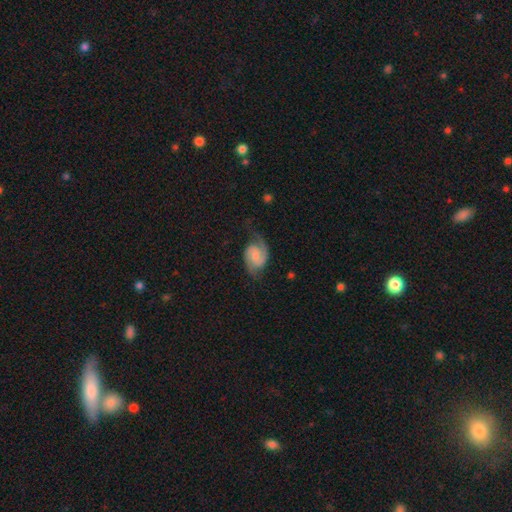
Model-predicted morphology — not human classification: smooth_or_featured: featured or disk (p=0.83) [alt: smooth p=0.11]
disk_edge_on: no (p=0.98) [alt: yes p=0.02]
bar: weak (p=0.46) [alt: no p=0.43]
has_spiral_arms: yes (p=0.97) [alt: no p=0.03]
spiral_winding: medium (p=0.52) [alt: tight p=0.29]
spiral_arm_count: 2 (p=0.89) [alt: 1 p=0.04]
bulge_size: small (p=0.36) [alt: none p=0.30]
merging: none (p=0.67) [alt: minor disturbance p=0.21]